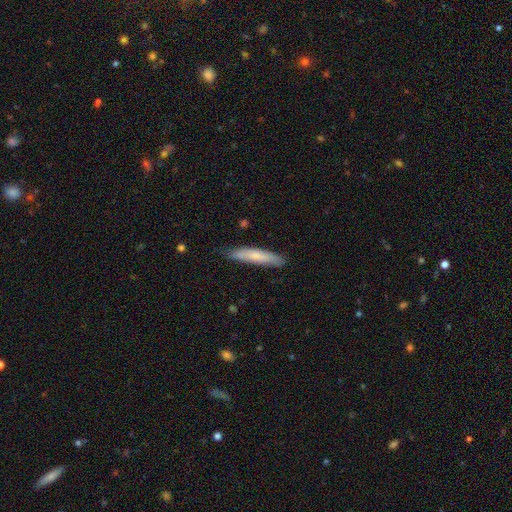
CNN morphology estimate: Q: Smooth or featured?
A: smooth (71%); runner-up: featured or disk (24%)
Q: How rounded?
A: cigar-shaped (90%); runner-up: in between (9%)
Q: Merging?
A: none (78%); runner-up: minor disturbance (18%)